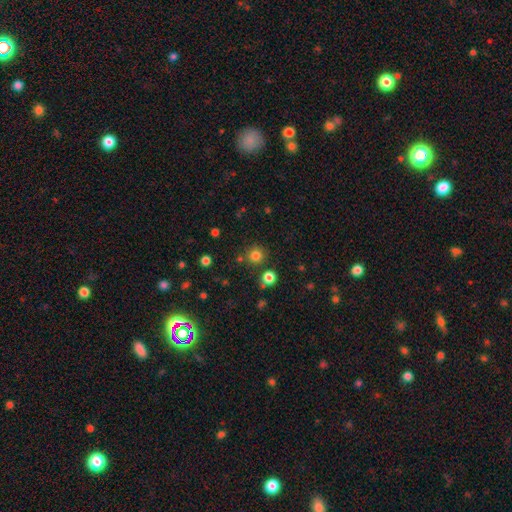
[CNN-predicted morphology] Smooth or featured?
  - smooth: 80% *
  - star or artifact: 15%
  - featured or disk: 5%
How rounded?
  - round: 93% *
  - in between: 6%
  - cigar-shaped: 1%
Merging?
  - none: 83% *
  - merger: 7%
  - minor disturbance: 7%
  - major disturbance: 3%